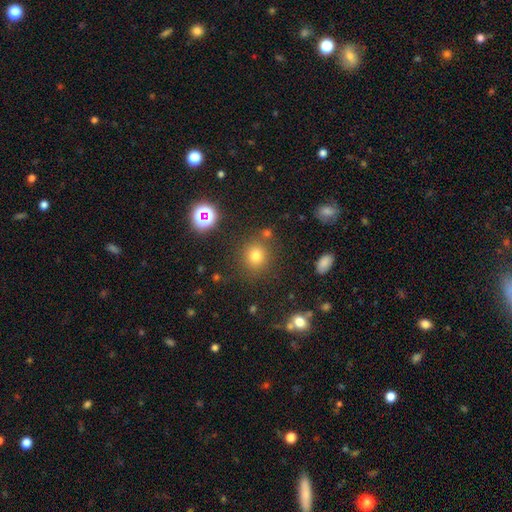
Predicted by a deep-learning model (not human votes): Morphology: type=smooth (72%); roundness=round (86%); merging=none (82%).